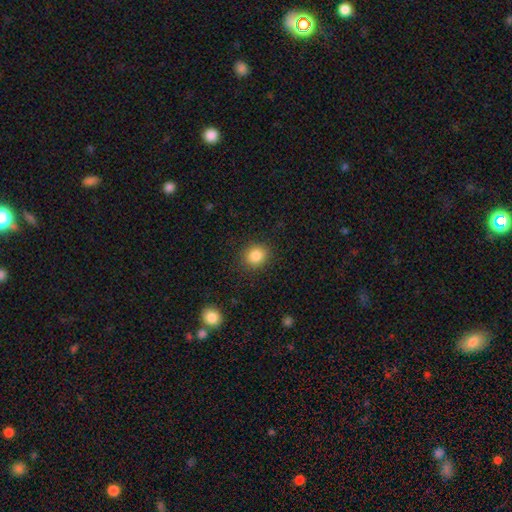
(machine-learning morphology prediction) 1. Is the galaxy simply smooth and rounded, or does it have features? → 85% smooth, 10% star or artifact, 4% featured or disk.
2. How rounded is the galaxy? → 74% round, 25% in between, 1% cigar-shaped.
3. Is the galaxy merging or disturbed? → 88% none, 8% minor disturbance, 3% major disturbance, 1% merger.